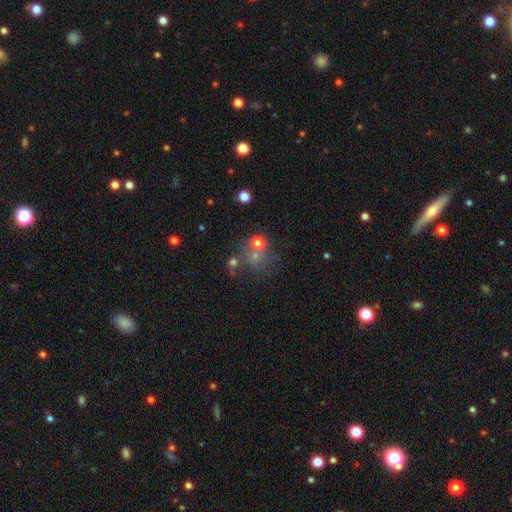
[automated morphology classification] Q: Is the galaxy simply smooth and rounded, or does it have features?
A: smooth — 55%.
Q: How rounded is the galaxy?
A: round — 83%.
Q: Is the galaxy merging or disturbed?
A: none — 51%.